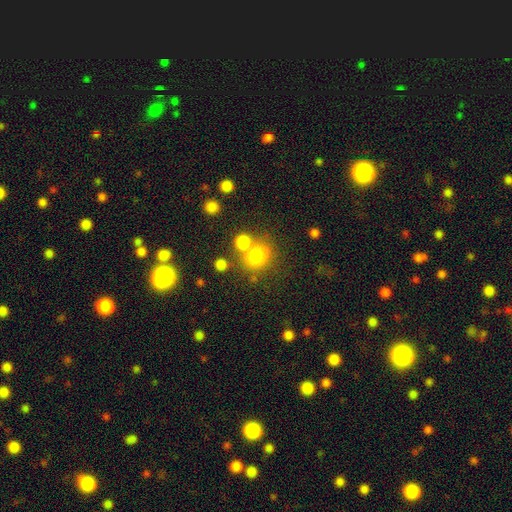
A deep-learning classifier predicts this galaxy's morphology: This appears to be a smooth galaxy with no disk features (77%) that is round (82%). Merging: none (62%).